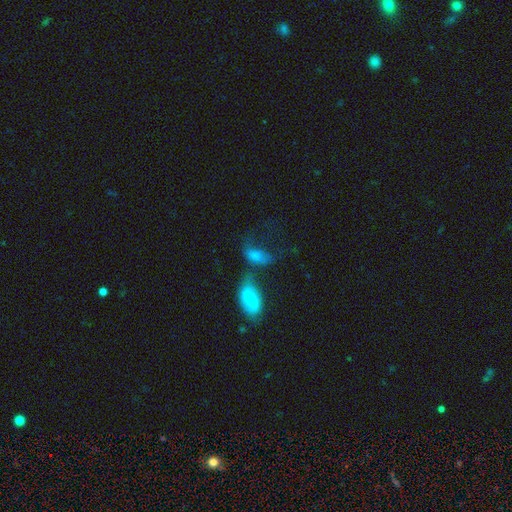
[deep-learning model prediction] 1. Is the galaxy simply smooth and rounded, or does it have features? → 63% smooth, 24% featured or disk, 13% star or artifact.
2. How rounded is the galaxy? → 84% in between, 9% cigar-shaped, 7% round.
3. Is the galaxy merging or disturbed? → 40% merger, 23% none, 21% major disturbance, 16% minor disturbance.